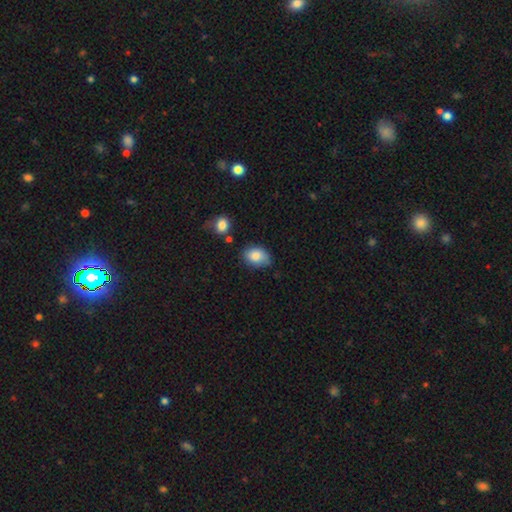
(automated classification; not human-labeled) smooth-or-featured: smooth: 83% | featured or disk: 9% | star or artifact: 8%
  how-rounded: in between: 75% | round: 23% | cigar-shaped: 1%
  merging: none: 64% | minor disturbance: 26% | merger: 5% | major disturbance: 5%